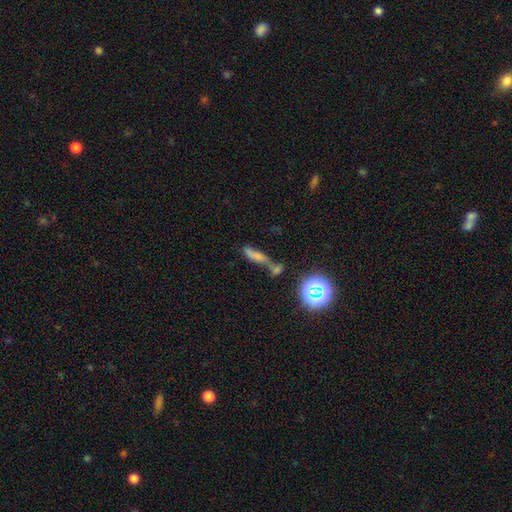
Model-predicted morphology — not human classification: The model was most divided on "how rounded": cigar-shaped: 56%, in between: 37%, round: 7%. More confident: merging — merger (58%); smooth or featured — smooth (57%).